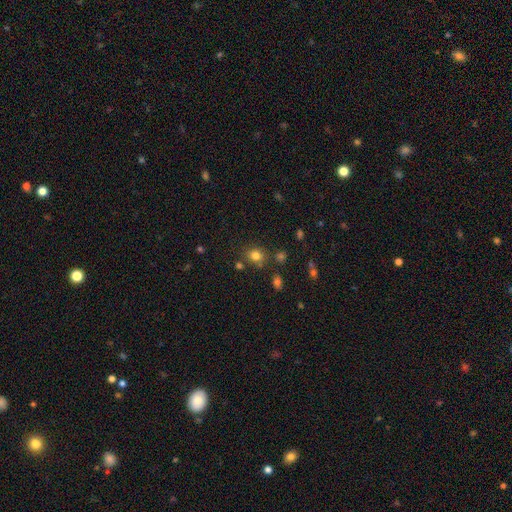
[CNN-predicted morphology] Smooth or featured? smooth (77%)
How rounded? round (72%)
Merging? none (76%)